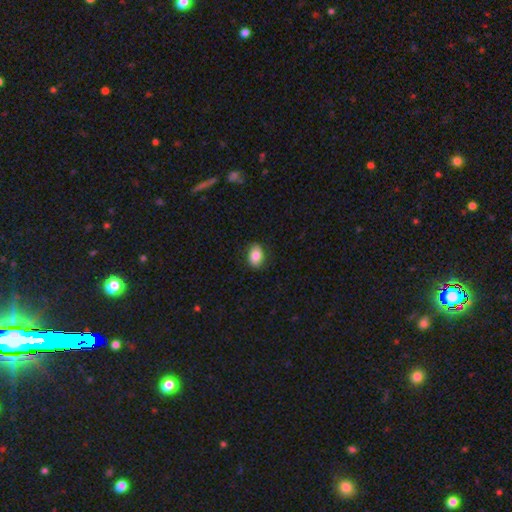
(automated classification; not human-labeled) Smooth or featured?
  - smooth: 82% *
  - featured or disk: 10%
  - star or artifact: 8%
How rounded?
  - in between: 80% *
  - round: 18%
  - cigar-shaped: 1%
Merging?
  - none: 84% *
  - minor disturbance: 13%
  - major disturbance: 3%
  - merger: 1%